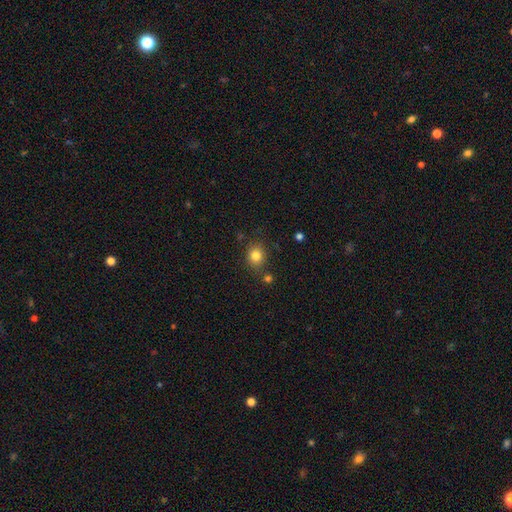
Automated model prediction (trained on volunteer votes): Smooth or featured? Predicted: smooth (p=0.82). How rounded? Predicted: round (p=0.72). Merging? Predicted: none (p=0.79).